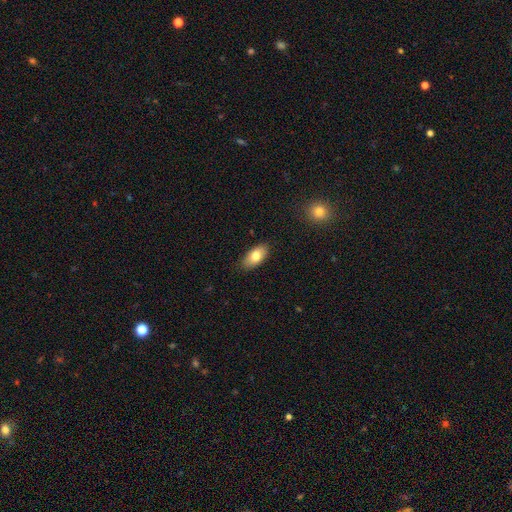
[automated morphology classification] Smooth or featured?
  - smooth: 79% *
  - featured or disk: 14%
  - star or artifact: 7%
How rounded?
  - in between: 92% *
  - cigar-shaped: 5%
  - round: 4%
Merging?
  - none: 86% *
  - minor disturbance: 11%
  - major disturbance: 2%
  - merger: 1%